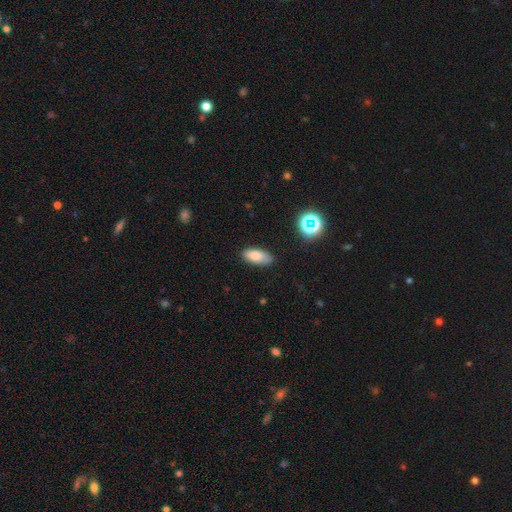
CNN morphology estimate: smooth 80%, featured or disk 10%, star or artifact 10%. Down the decision tree: how rounded — in between (87%); merging — none (77%).